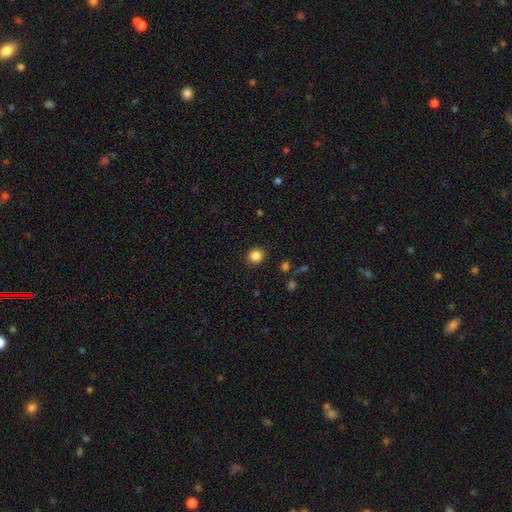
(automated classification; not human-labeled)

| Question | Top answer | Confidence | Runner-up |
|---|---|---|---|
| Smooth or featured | smooth | 85% | star or artifact (11%) |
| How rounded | round | 88% | in between (11%) |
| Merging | none | 91% | minor disturbance (6%) |